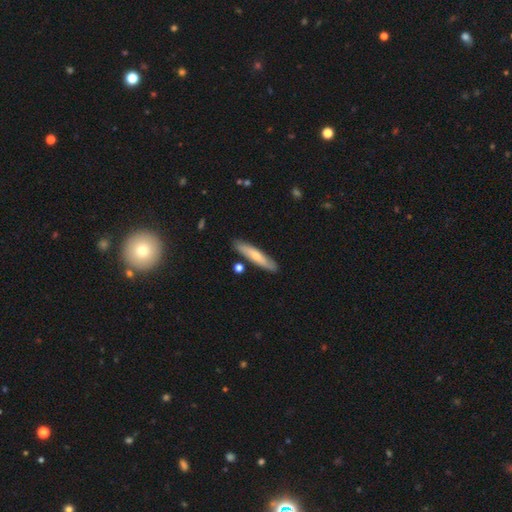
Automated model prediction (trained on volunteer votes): Smooth or featured? smooth (63%)
How rounded? cigar-shaped (86%)
Merging? none (85%)